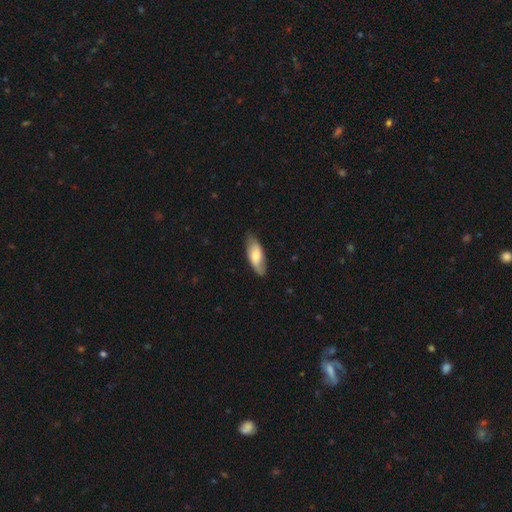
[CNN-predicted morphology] smooth-or-featured: smooth: 70% | featured or disk: 25% | star or artifact: 5%
  how-rounded: in between: 77% | cigar-shaped: 21% | round: 2%
  merging: none: 78% | minor disturbance: 18% | major disturbance: 3% | merger: 1%